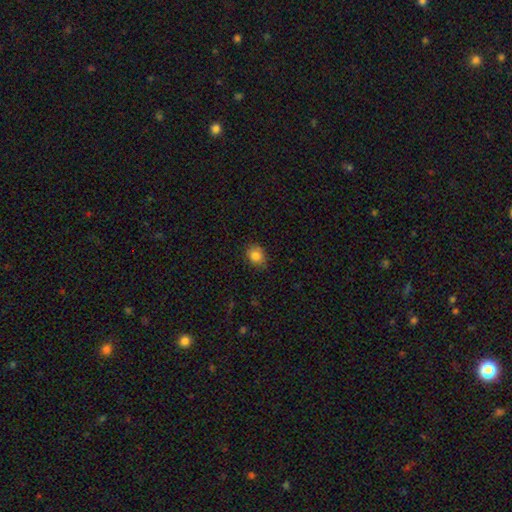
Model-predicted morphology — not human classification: Smooth or featured? Predicted: smooth (p=0.83). How rounded? Predicted: round (p=0.56). Merging? Predicted: none (p=0.82).